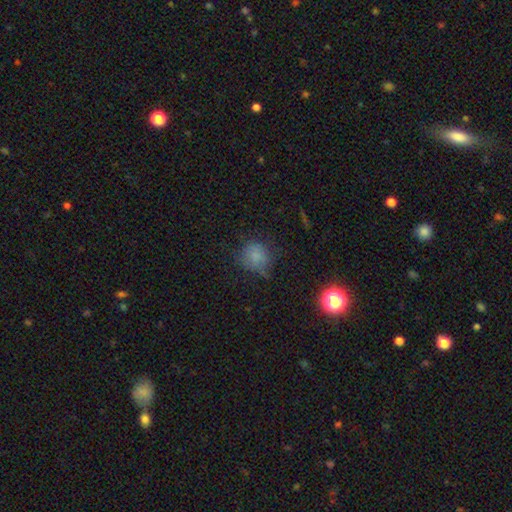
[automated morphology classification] This is likely a smooth galaxy (74%). How rounded: clearly round (83%). Merging: possibly none (58%).